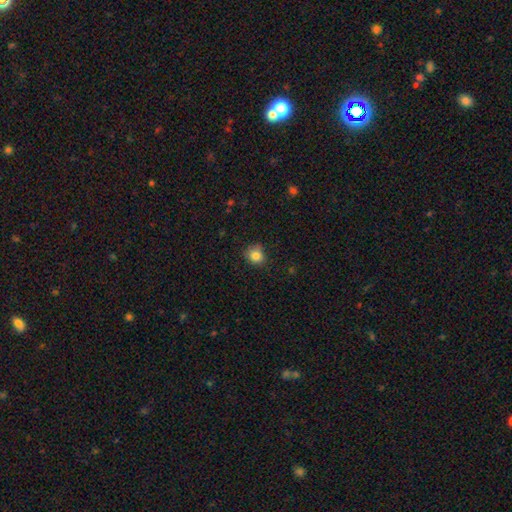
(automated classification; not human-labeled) smooth_or_featured: smooth (p=0.83) [alt: star or artifact p=0.11]
how_rounded: round (p=0.77) [alt: in between p=0.22]
merging: none (p=0.76) [alt: minor disturbance p=0.19]